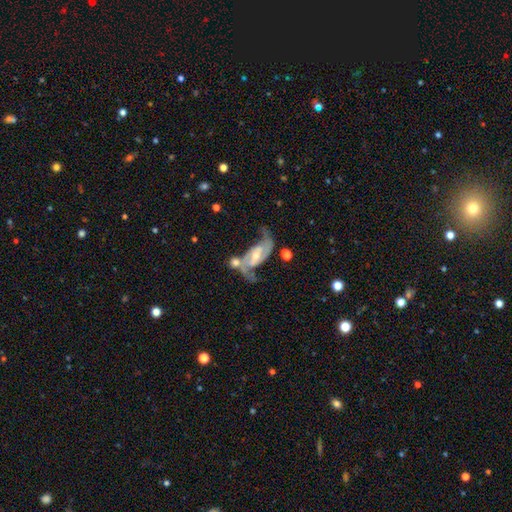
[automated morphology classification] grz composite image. It shows a featured or disk galaxy (87%) with a weak bar (39%), 2 (91%) loose (44%) spiral arms (96%) and a small central bulge (49%). Merging: none (48%).